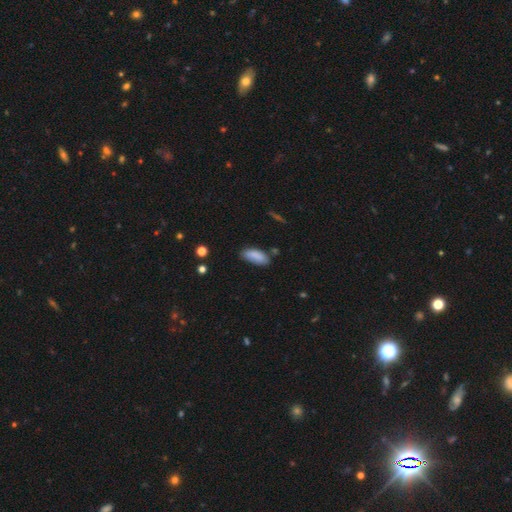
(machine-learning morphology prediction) A smooth galaxy with no disk features (87%) that is in between round and cigar-shaped (81%).

Vote fractions:
- Smooth or featured? smooth: 87% / star or artifact: 7% / featured or disk: 6%
- How rounded? in between: 81% / cigar-shaped: 18% / round: 2%
- Merging? none: 69% / minor disturbance: 23% / major disturbance: 4% / merger: 4%